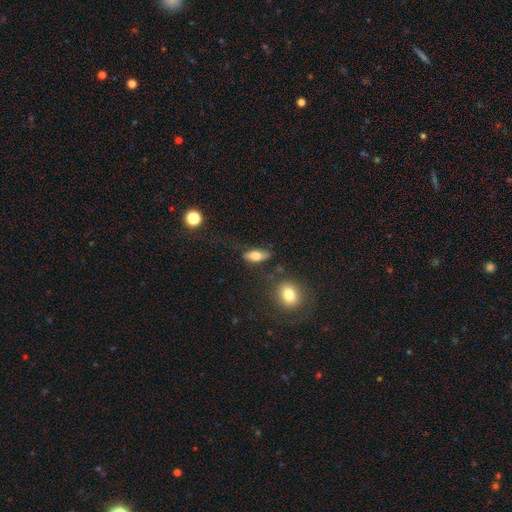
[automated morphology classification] A smooth galaxy with no disk features (72%) that is in between round and cigar-shaped (77%). Merging: none (71%).